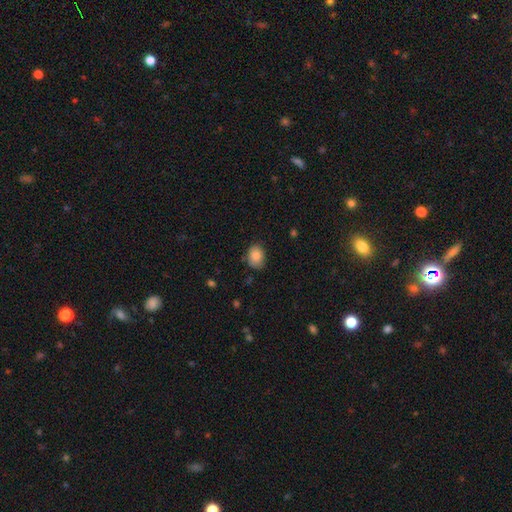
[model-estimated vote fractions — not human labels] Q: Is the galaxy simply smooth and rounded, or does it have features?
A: smooth — 83%.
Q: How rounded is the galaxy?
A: in between — 65%.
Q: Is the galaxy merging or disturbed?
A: none — 74%.